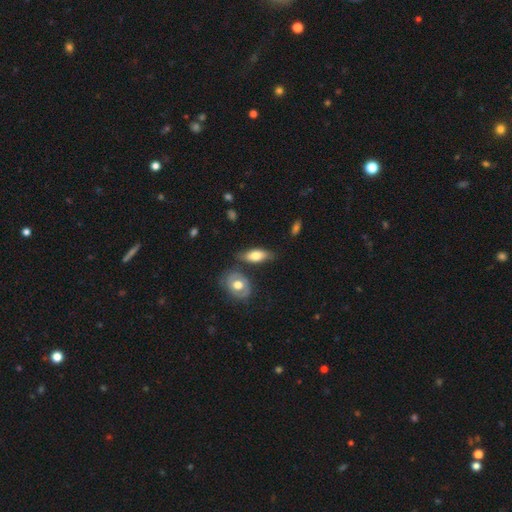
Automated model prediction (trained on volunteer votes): Smooth or featured?
  - smooth: 66% *
  - featured or disk: 28%
  - star or artifact: 6%
How rounded?
  - in between: 83% *
  - cigar-shaped: 13%
  - round: 4%
Merging?
  - none: 65% *
  - minor disturbance: 18%
  - merger: 11%
  - major disturbance: 5%